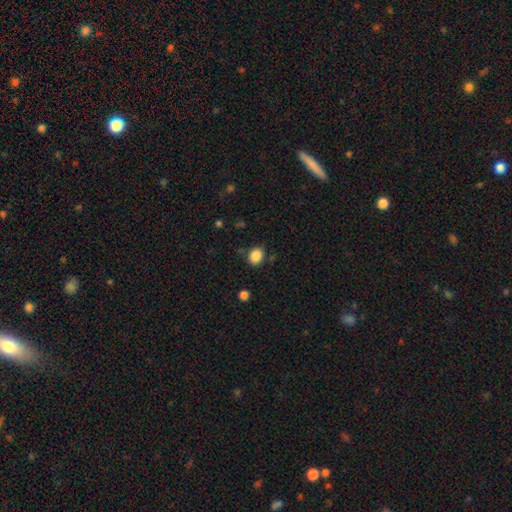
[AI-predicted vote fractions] Morphology: type=smooth (87%); roundness=round (54%); merging=none (80%).